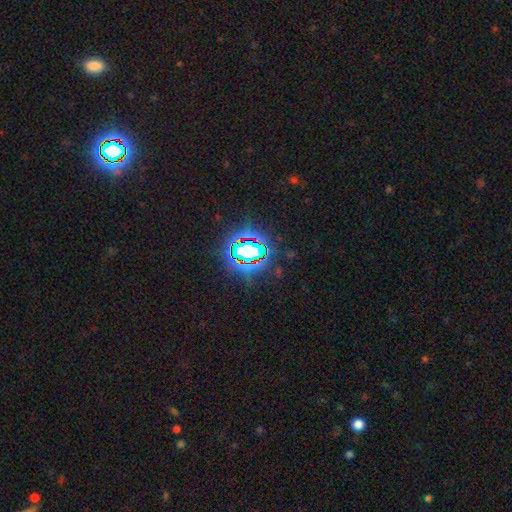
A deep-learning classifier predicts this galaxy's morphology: This appears to be a star or artifact, not a galaxy (80%).